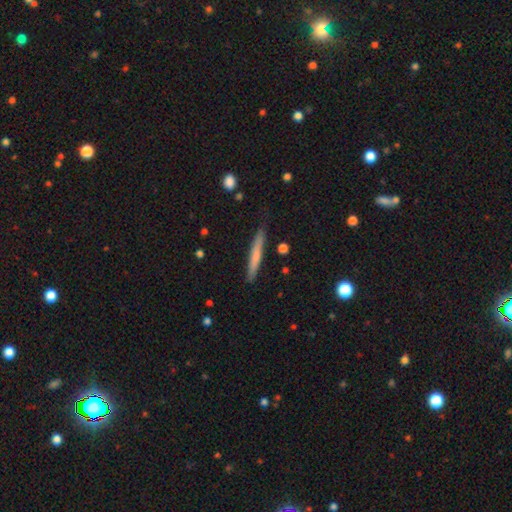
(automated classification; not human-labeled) smooth-or-featured: smooth: 63% | featured or disk: 32% | star or artifact: 6%
  how-rounded: cigar-shaped: 95% | in between: 3% | round: 1%
  merging: none: 86% | minor disturbance: 11% | major disturbance: 2% | merger: 2%